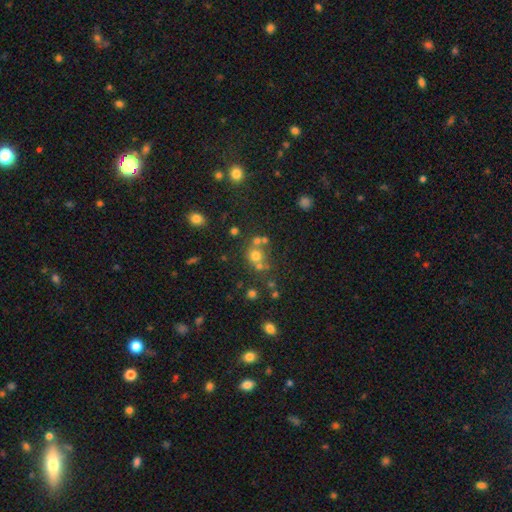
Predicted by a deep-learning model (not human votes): Overall: smooth (64%). How rounded: round (85%). Merging: none (55%; merger 30%).